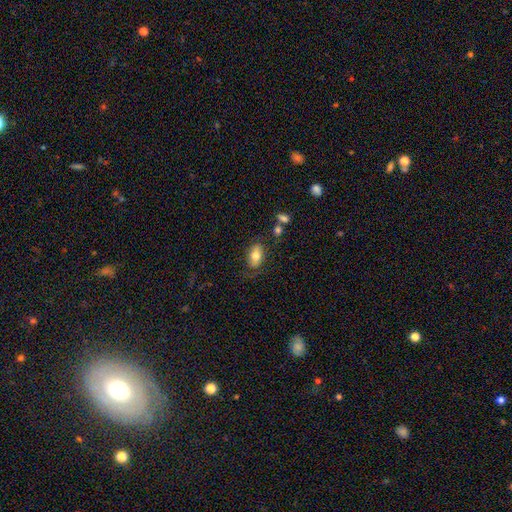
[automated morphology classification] Smooth or featured? Predicted: smooth (p=0.73). How rounded? Predicted: in between (p=0.90). Merging? Predicted: none (p=0.70).